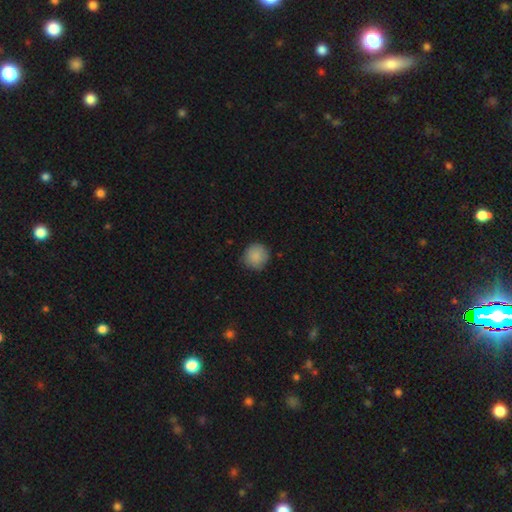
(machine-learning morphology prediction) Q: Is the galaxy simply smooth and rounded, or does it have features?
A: smooth — 88%.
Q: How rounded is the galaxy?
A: round — 92%.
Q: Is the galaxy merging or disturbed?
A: none — 85%.